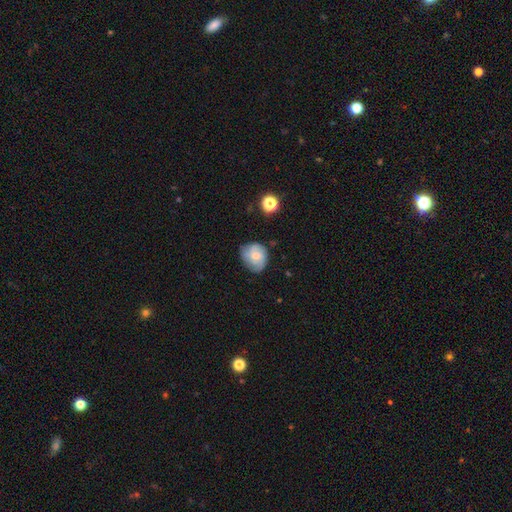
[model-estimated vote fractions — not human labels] Smooth or featured? Predicted: featured or disk (p=0.53). Edge-on disk? Predicted: no (p=0.97). Bar? Predicted: no (p=0.66). Spiral arms? Predicted: yes (p=0.82). Bulge size? Predicted: moderate (p=0.53). Merging? Predicted: none (p=0.64).